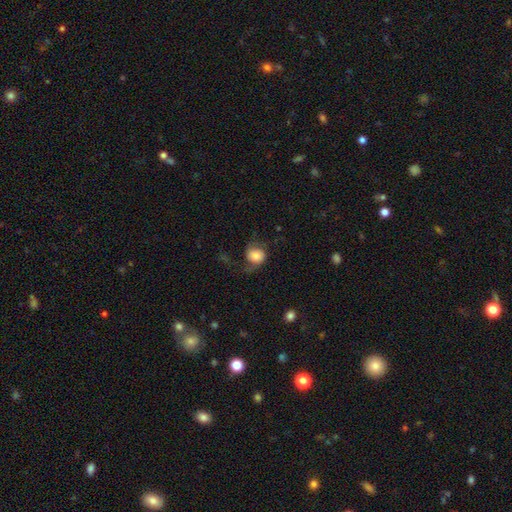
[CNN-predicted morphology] Overall: smooth (53%; featured or disk 38%). How rounded: round (72%). Merging: none (49%; major disturbance 27%).